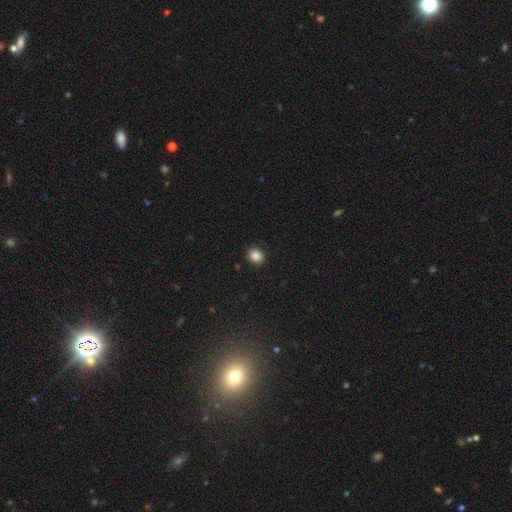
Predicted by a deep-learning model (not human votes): Overall: smooth (87%). How rounded: round (54%; in between 45%). Merging: none (90%).